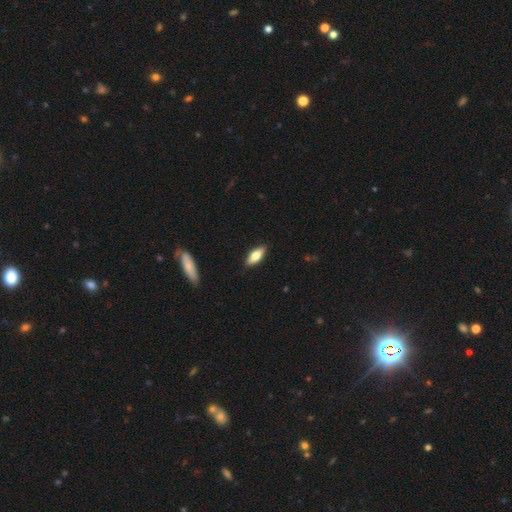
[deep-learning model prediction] This is likely a smooth galaxy (69%). How rounded: likely in between (72%). Merging: clearly none (88%).